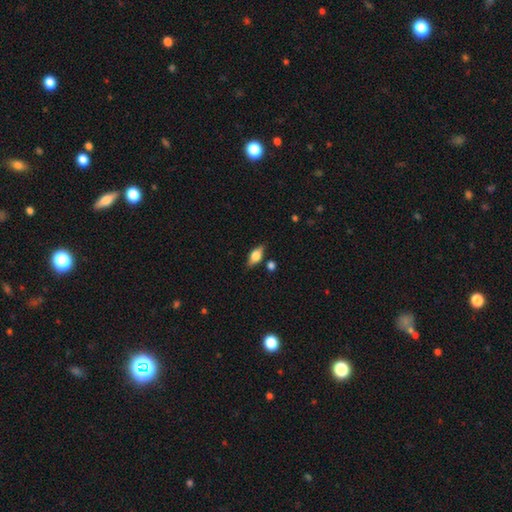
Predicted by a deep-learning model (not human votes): smooth 62%, featured or disk 30%, star or artifact 8%. Down the decision tree: how rounded — in between (80%); merging — none (79%).